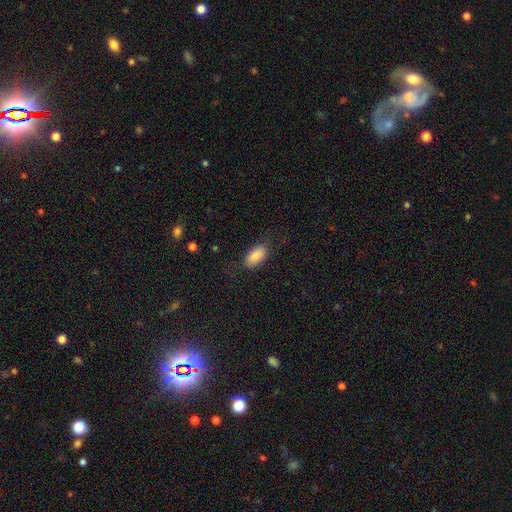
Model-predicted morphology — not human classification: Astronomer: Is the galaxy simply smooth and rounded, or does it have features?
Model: smooth — 87%.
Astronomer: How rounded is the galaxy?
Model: in between — 93%.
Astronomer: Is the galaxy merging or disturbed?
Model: none — 77%.